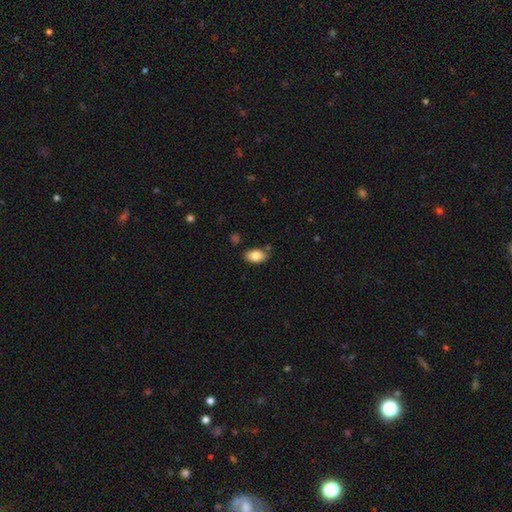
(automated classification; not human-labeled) smooth-or-featured: smooth: 83% | featured or disk: 9% | star or artifact: 7%
  how-rounded: in between: 92% | round: 7% | cigar-shaped: 2%
  merging: none: 79% | minor disturbance: 14% | merger: 4% | major disturbance: 3%